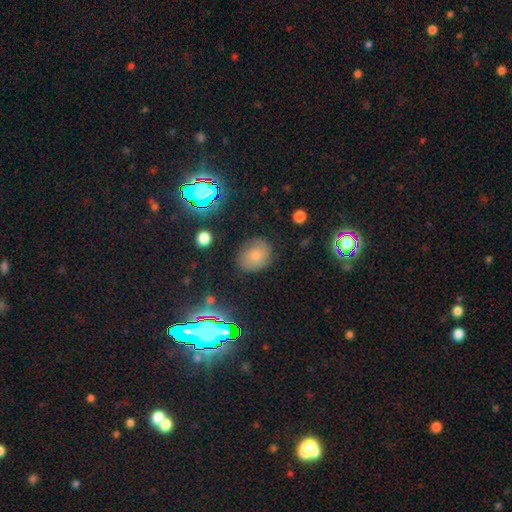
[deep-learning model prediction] Smooth or featured? Predicted: smooth (p=0.61). How rounded? Predicted: round (p=0.57). Merging? Predicted: none (p=0.76).